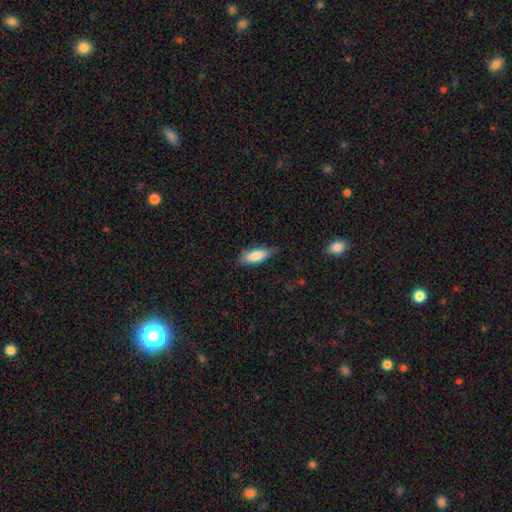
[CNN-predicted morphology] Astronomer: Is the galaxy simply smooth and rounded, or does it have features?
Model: smooth — 79%.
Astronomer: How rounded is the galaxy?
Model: in between — 68%.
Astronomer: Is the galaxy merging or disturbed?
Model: none — 73%.